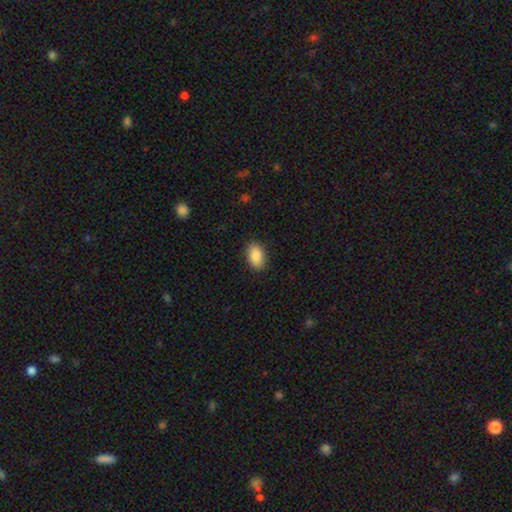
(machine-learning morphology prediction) Q: Smooth or featured?
A: smooth (87%); runner-up: star or artifact (7%)
Q: How rounded?
A: in between (90%); runner-up: round (9%)
Q: Merging?
A: none (89%); runner-up: minor disturbance (8%)